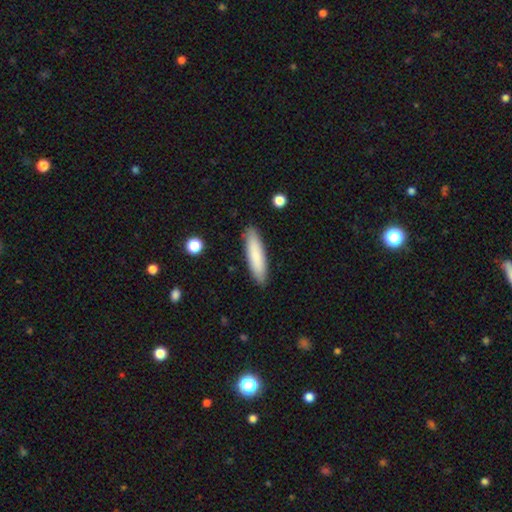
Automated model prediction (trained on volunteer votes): Smooth or featured? smooth (84%)
How rounded? cigar-shaped (76%)
Merging? none (89%)